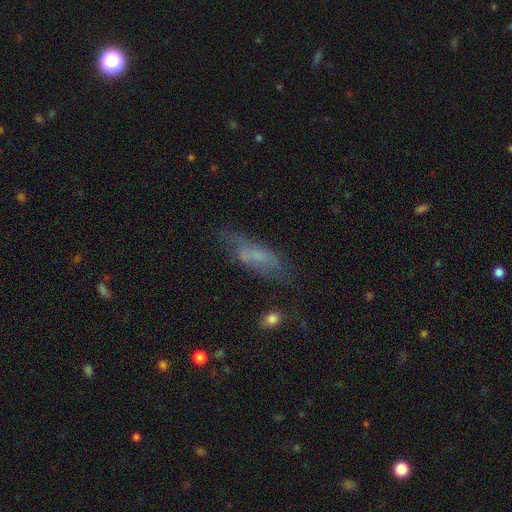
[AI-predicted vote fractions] Overall: smooth (50%; featured or disk 39%). Merging: none (54%; minor disturbance 25%).